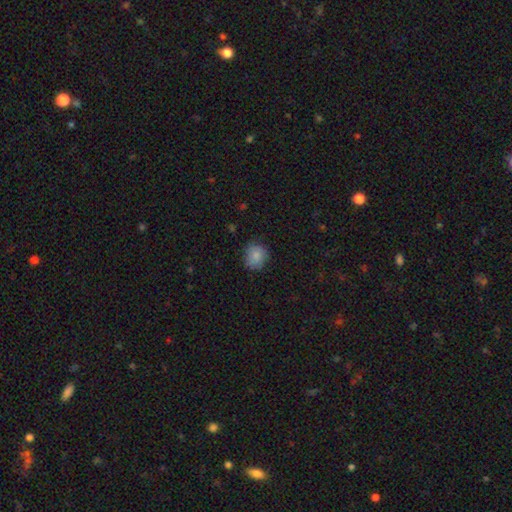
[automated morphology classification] smooth_or_featured: smooth (p=0.85) [alt: star or artifact p=0.09]
how_rounded: round (p=0.81) [alt: in between p=0.18]
merging: none (p=0.77) [alt: minor disturbance p=0.18]